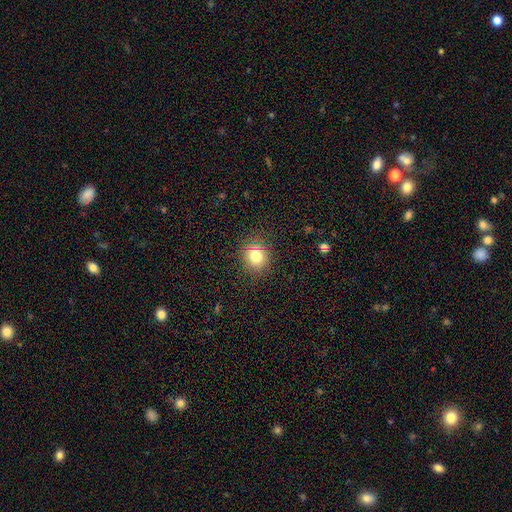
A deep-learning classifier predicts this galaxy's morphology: The model was most divided on "how rounded": round: 80%, in between: 19%, cigar-shaped: 1%. More confident: merging — none (87%); smooth or featured — smooth (79%).